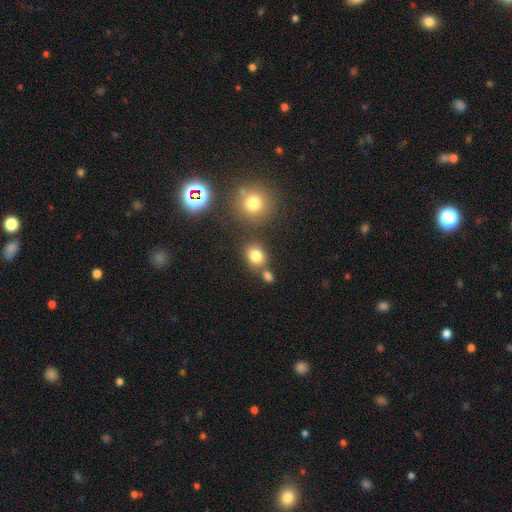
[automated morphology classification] A smooth galaxy with no disk features (79%) that is round (58%). Merging: none (68%).